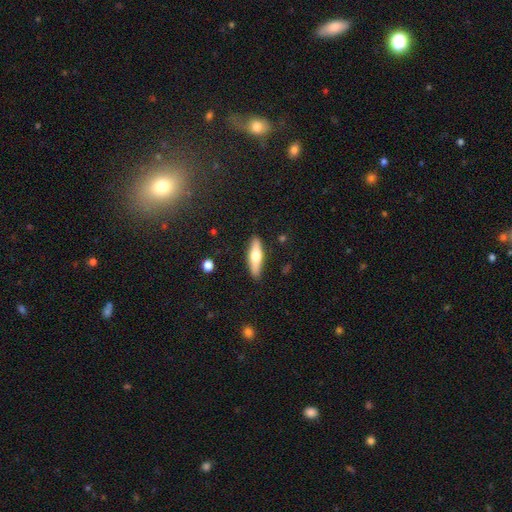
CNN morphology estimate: smooth_or_featured: smooth (p=0.56) [alt: featured or disk p=0.38]
how_rounded: cigar-shaped (p=0.62) [alt: in between p=0.36]
merging: none (p=0.87) [alt: minor disturbance p=0.09]